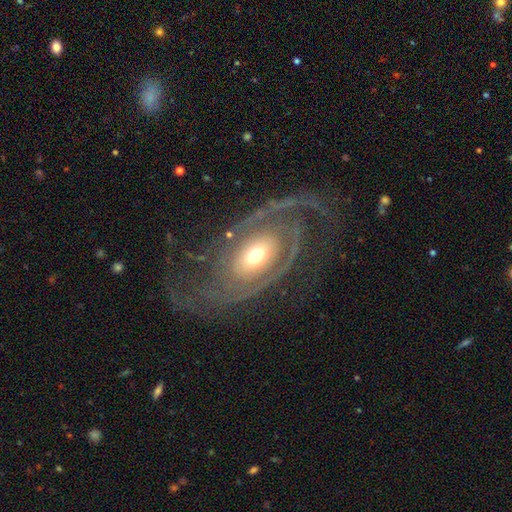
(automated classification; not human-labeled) Q: Smooth or featured?
A: featured or disk (82%); runner-up: smooth (13%)
Q: Edge-on disk?
A: no (95%); runner-up: yes (5%)
Q: Bar?
A: no (73%); runner-up: weak (18%)
Q: Spiral arms?
A: yes (82%); runner-up: no (18%)
Q: Spiral winding?
A: tight (47%); runner-up: medium (31%)
Q: Spiral arm count?
A: 2 (47%); runner-up: can't tell (21%)
Q: Bulge size?
A: moderate (61%); runner-up: small (20%)
Q: Merging?
A: none (58%); runner-up: major disturbance (24%)